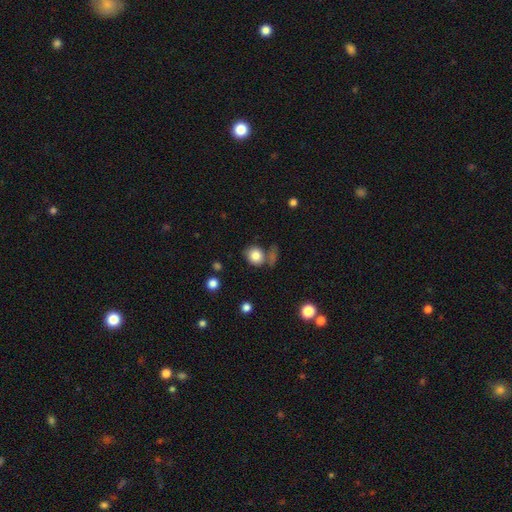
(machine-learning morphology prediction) Smooth or featured: smooth — 83% (star or artifact — 10%)
How rounded: round — 75% (in between — 24%)
Merging: none — 62% (minor disturbance — 16%)